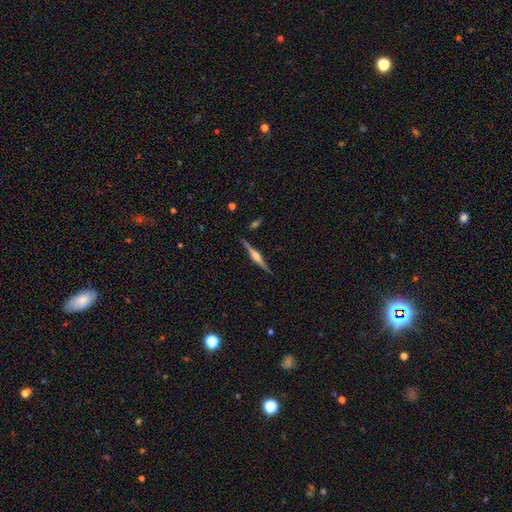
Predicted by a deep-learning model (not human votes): This appears to be a featured or disk galaxy (77%) viewed edge-on (98%) with a rounded central bulge (79%). Merging: none (89%).